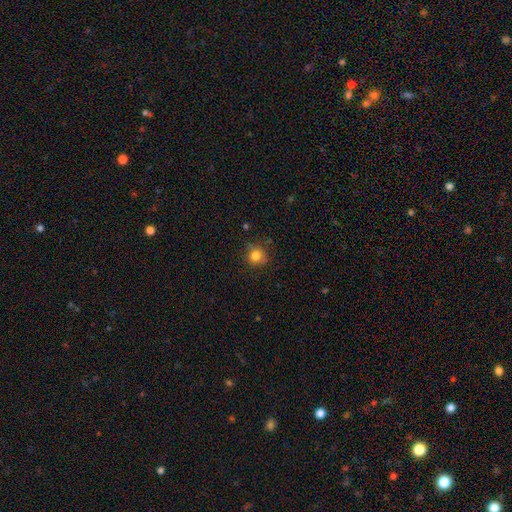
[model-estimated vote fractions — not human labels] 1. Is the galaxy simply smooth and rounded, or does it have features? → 82% smooth, 12% star or artifact, 6% featured or disk.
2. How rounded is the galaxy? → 89% round, 10% in between, 1% cigar-shaped.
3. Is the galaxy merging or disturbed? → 79% none, 15% minor disturbance, 3% major disturbance, 2% merger.